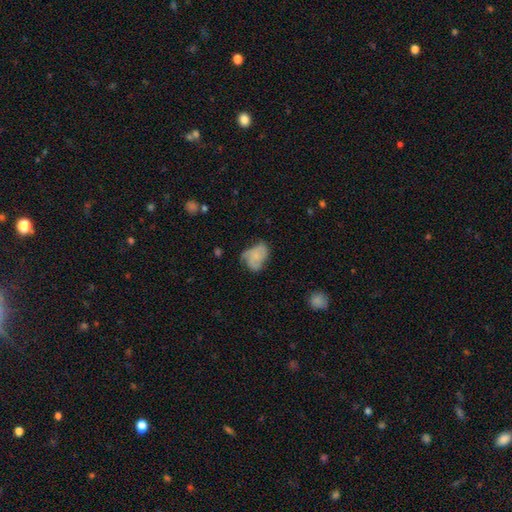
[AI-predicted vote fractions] A featured or disk galaxy (48%). Merging: none (40%).